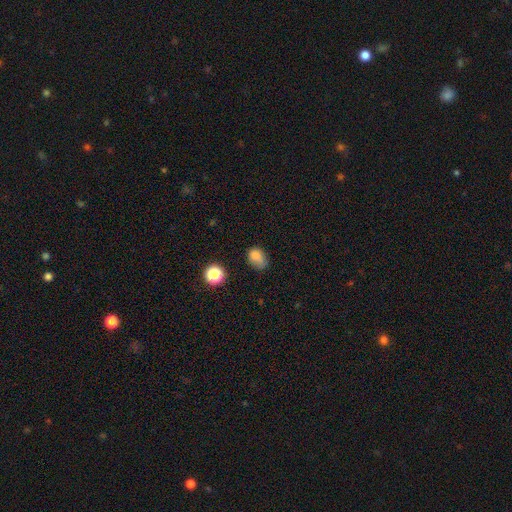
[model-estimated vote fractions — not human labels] Smooth or featured?
  - smooth: 76% *
  - star or artifact: 13%
  - featured or disk: 10%
How rounded?
  - in between: 66% *
  - round: 32%
  - cigar-shaped: 1%
Merging?
  - none: 43% *
  - minor disturbance: 34%
  - major disturbance: 16%
  - merger: 7%